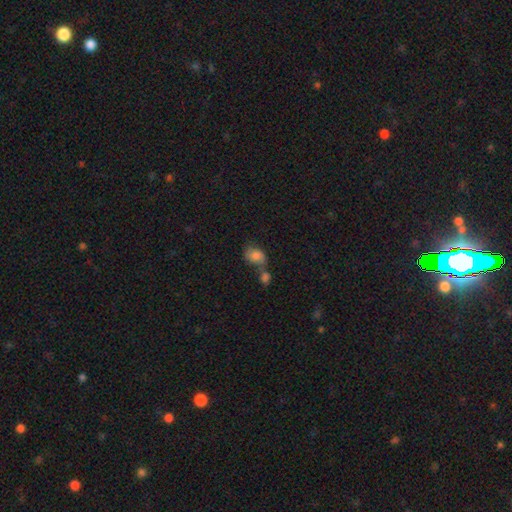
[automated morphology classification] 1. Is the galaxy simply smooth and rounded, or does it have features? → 79% smooth, 11% featured or disk, 10% star or artifact.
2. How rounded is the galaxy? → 63% in between, 36% round, 1% cigar-shaped.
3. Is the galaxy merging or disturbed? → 48% merger, 30% none, 14% minor disturbance, 8% major disturbance.